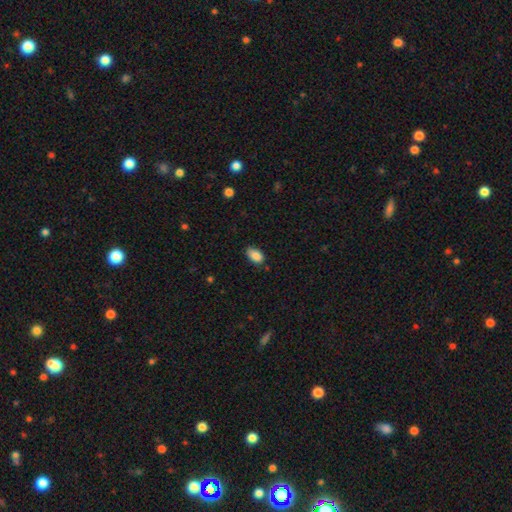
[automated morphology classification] Smooth or featured? Predicted: smooth (p=0.87). How rounded? Predicted: in between (p=0.91). Merging? Predicted: none (p=0.74).